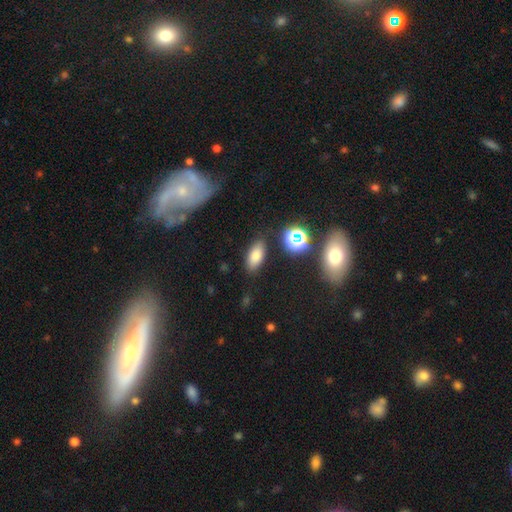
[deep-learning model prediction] Overall: smooth (76%). How rounded: in between (86%). Merging: none (84%).